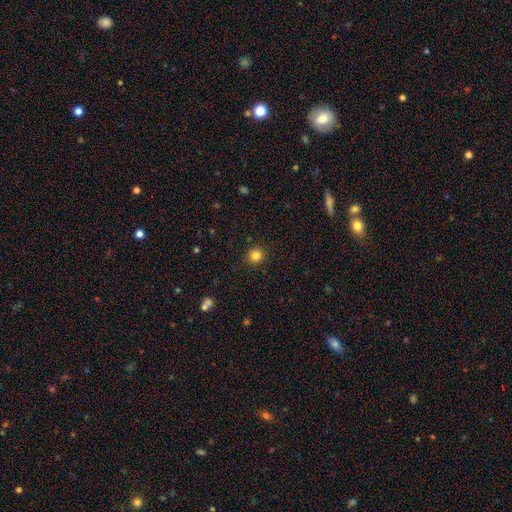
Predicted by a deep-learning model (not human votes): Morphology: type=smooth (83%); roundness=round (89%); merging=none (91%).